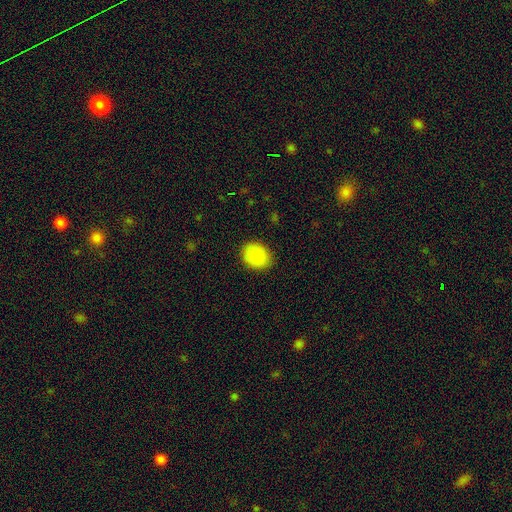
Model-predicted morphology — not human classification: Smooth or featured? smooth (88%)
How rounded? in between (54%)
Merging? none (86%)